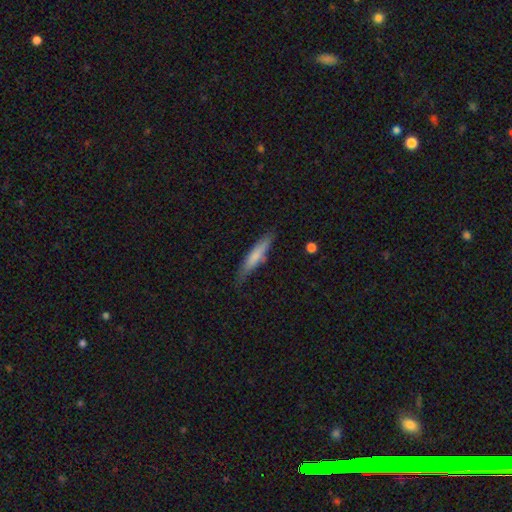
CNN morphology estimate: smooth 70%, featured or disk 24%, star or artifact 6%. Down the decision tree: how rounded — cigar-shaped (87%); merging — none (76%).